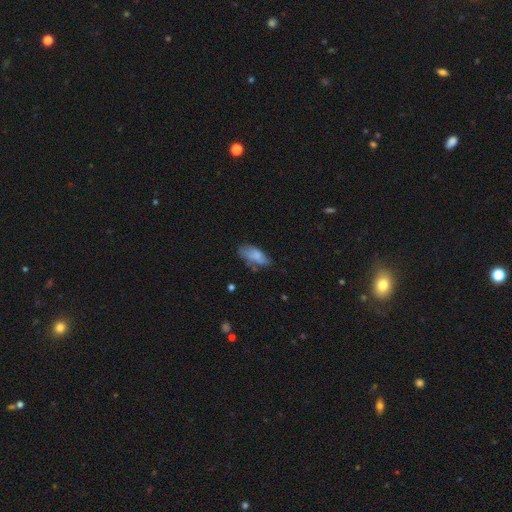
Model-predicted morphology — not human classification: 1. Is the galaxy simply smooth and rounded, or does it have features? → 75% smooth, 18% featured or disk, 8% star or artifact.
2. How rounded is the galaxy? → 85% in between, 13% cigar-shaped, 3% round.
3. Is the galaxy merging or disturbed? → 53% none, 31% minor disturbance, 10% major disturbance, 6% merger.